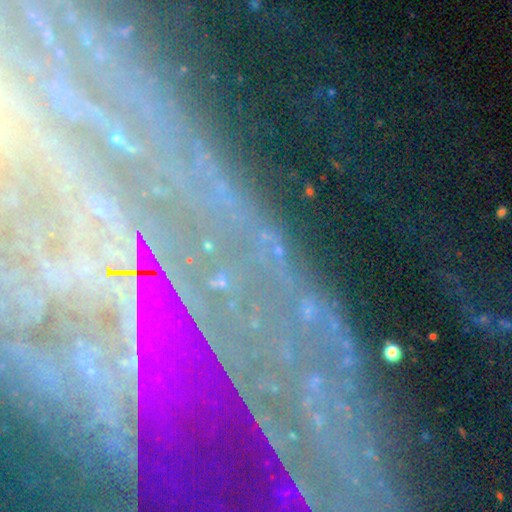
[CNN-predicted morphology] smooth-or-featured: star or artifact: 63% | featured or disk: 25% | smooth: 12%